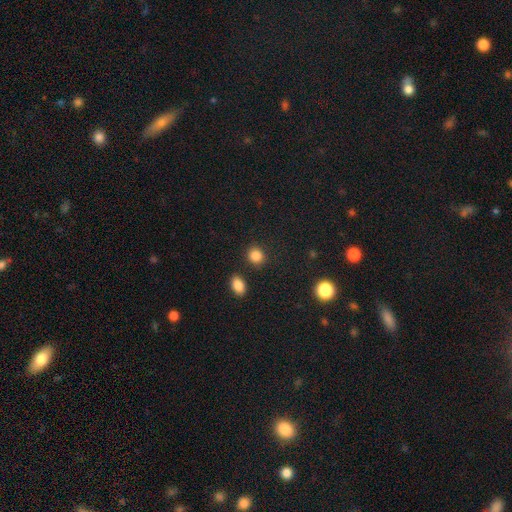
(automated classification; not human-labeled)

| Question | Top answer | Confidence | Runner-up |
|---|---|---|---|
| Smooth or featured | smooth | 86% | star or artifact (10%) |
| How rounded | round | 77% | in between (22%) |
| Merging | none | 85% | minor disturbance (8%) |